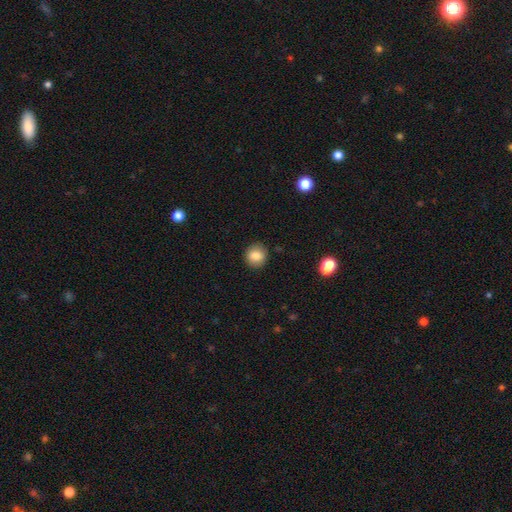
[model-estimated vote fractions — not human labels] The model was most divided on "how rounded": round: 82%, in between: 17%, cigar-shaped: 1%. More confident: merging — none (89%); smooth or featured — smooth (84%).